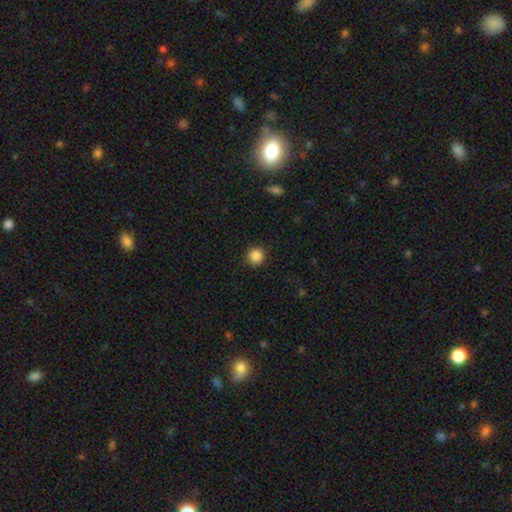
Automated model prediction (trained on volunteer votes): A smooth galaxy with no disk features (87%) that is round (94%). Merging: none (91%).